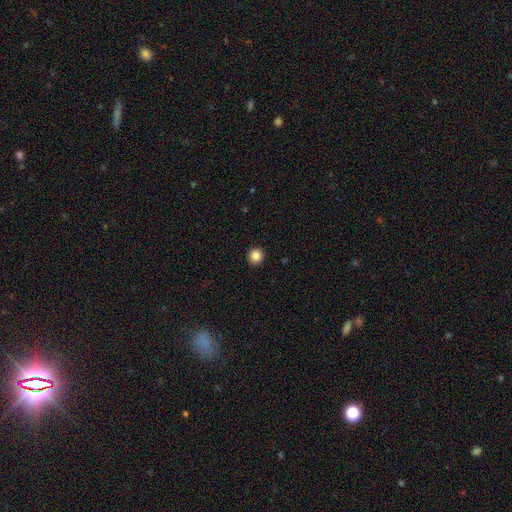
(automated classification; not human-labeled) smooth 86%, star or artifact 10%, featured or disk 4%. Down the decision tree: how rounded — round (94%); merging — none (93%).